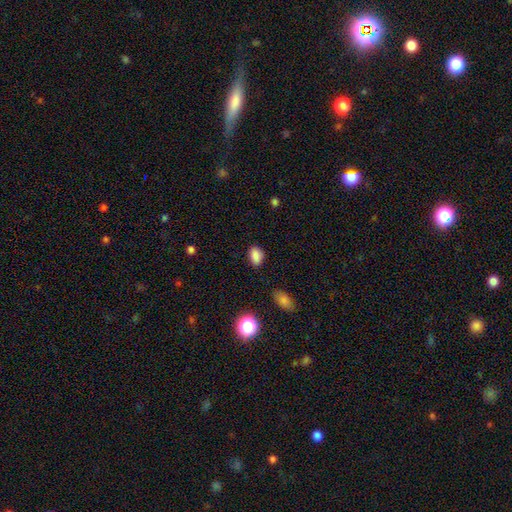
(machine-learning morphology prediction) The model was most divided on "merging": none: 83%, minor disturbance: 12%, major disturbance: 3%, merger: 2%. More confident: smooth or featured — smooth (86%); how rounded — in between (85%).